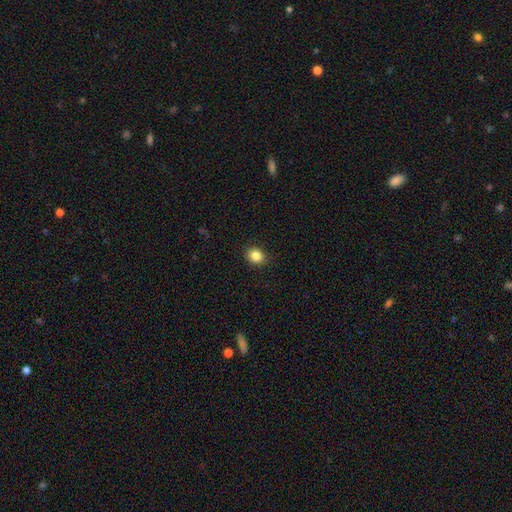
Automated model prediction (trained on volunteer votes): Smooth or featured? smooth (85%)
How rounded? round (61%)
Merging? none (89%)